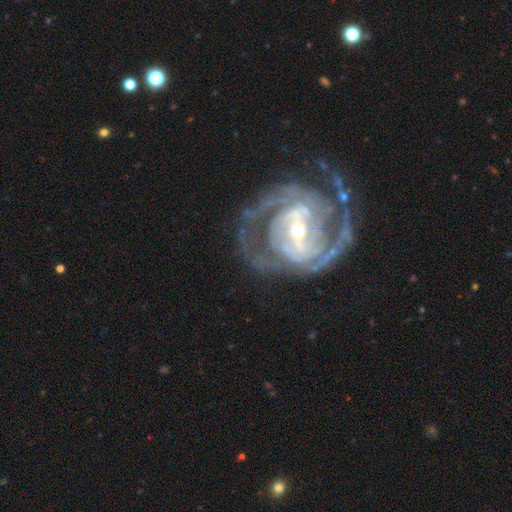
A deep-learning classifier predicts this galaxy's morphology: Smooth or featured?
  - featured or disk: 90% *
  - star or artifact: 5%
  - smooth: 4%
Edge-on disk?
  - no: 97% *
  - yes: 3%
Bar?
  - strong: 51% *
  - weak: 33%
  - no: 16%
Spiral arms?
  - yes: 95% *
  - no: 5%
Spiral winding?
  - tight: 51% *
  - medium: 39%
  - loose: 10%
Spiral arm count?
  - 2: 49% *
  - can't tell: 18%
  - 3: 16%
  - 4: 7%
  - 1: 5%
  - more than 4: 5%
Bulge size?
  - small: 59% *
  - moderate: 35%
  - large: 3%
  - none: 1%
  - dominant: 1%
Merging?
  - none: 65% *
  - major disturbance: 17%
  - minor disturbance: 16%
  - merger: 3%